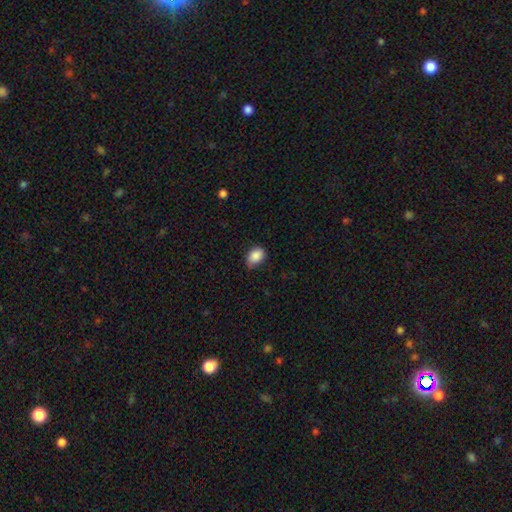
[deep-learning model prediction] A smooth galaxy with no disk features (87%) that is in between round and cigar-shaped (79%).

Vote fractions:
- Smooth or featured? smooth: 87% / star or artifact: 8% / featured or disk: 5%
- How rounded? in between: 79% / round: 20% / cigar-shaped: 1%
- Merging? none: 67% / minor disturbance: 28% / major disturbance: 4% / merger: 1%